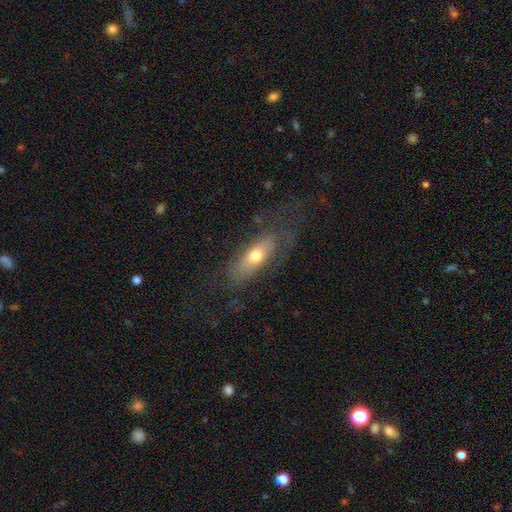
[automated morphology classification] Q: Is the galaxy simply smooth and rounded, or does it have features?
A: smooth — 57%.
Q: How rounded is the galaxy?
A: in between — 68%.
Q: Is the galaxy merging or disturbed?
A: none — 62%.